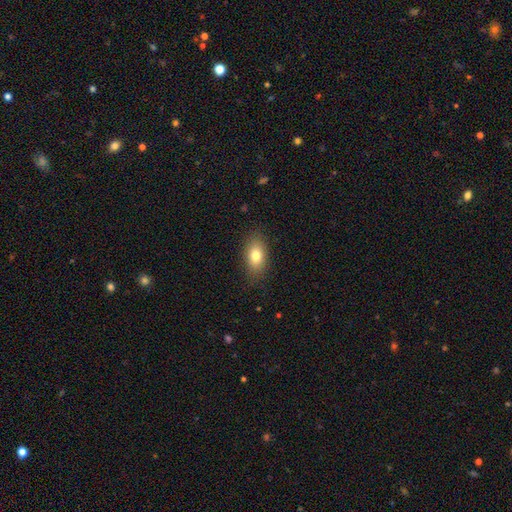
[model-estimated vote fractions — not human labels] The model was most divided on "smooth or featured": smooth: 78%, featured or disk: 13%, star or artifact: 9%. More confident: how rounded — in between (87%); merging — none (85%).